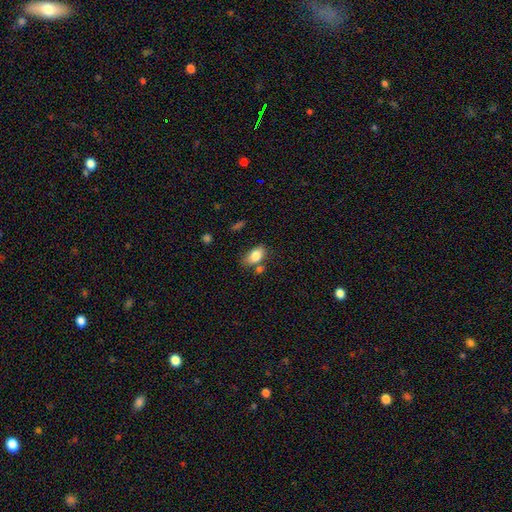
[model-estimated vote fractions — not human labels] This is clearly a smooth galaxy (82%). How rounded: clearly in between (89%). Merging: likely none (60%).